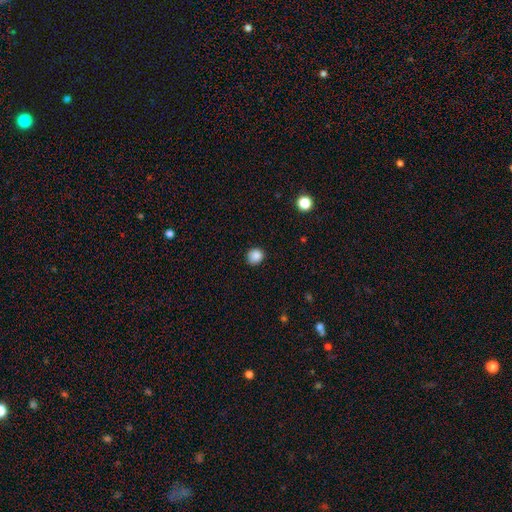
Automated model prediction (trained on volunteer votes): smooth-or-featured: smooth: 87% | star or artifact: 10% | featured or disk: 3%
  how-rounded: round: 87% | in between: 12% | cigar-shaped: 1%
  merging: none: 87% | minor disturbance: 10% | major disturbance: 2% | merger: 1%